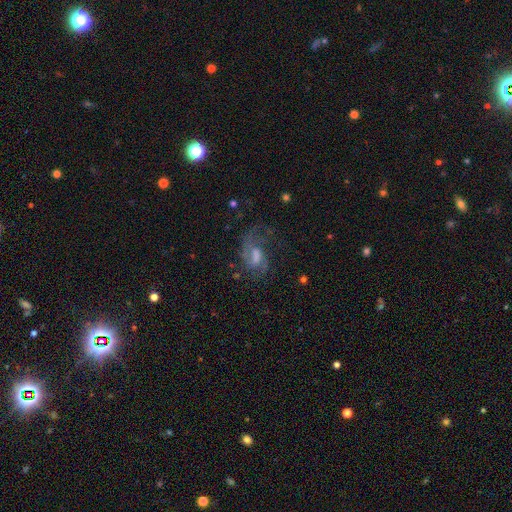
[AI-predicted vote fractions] Q: Smooth or featured?
A: featured or disk (65%); runner-up: smooth (20%)
Q: Edge-on disk?
A: no (95%); runner-up: yes (5%)
Q: Bar?
A: weak (50%); runner-up: no (34%)
Q: Spiral arms?
A: yes (82%); runner-up: no (18%)
Q: Spiral winding?
A: medium (43%); runner-up: loose (38%)
Q: Spiral arm count?
A: 2 (47%); runner-up: can't tell (26%)
Q: Bulge size?
A: moderate (39%); runner-up: small (23%)
Q: Merging?
A: none (48%); runner-up: major disturbance (29%)